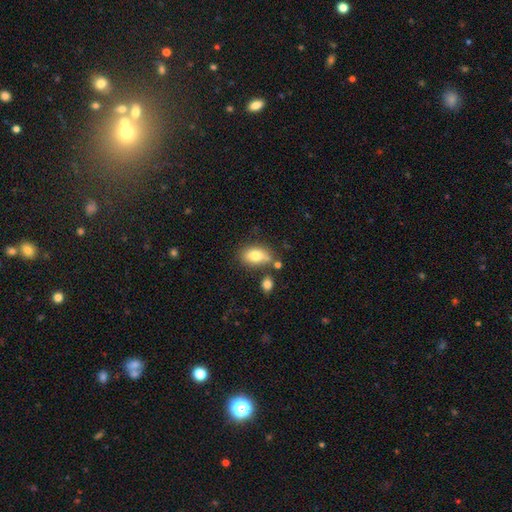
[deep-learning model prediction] Overall: smooth (77%). How rounded: in between (85%). Merging: none (61%).